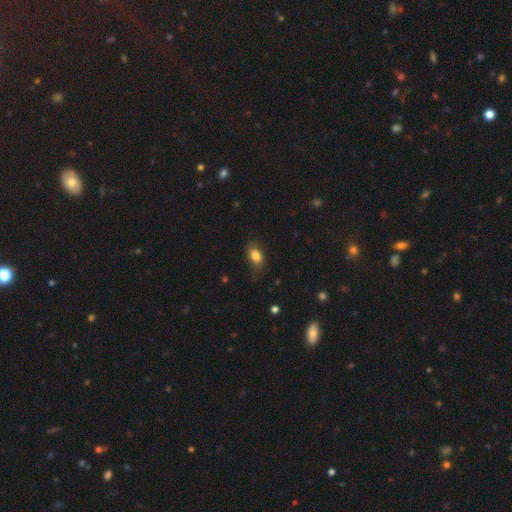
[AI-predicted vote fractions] A smooth galaxy with no disk features (82%) that is in between round and cigar-shaped (83%). Merging: none (69%).